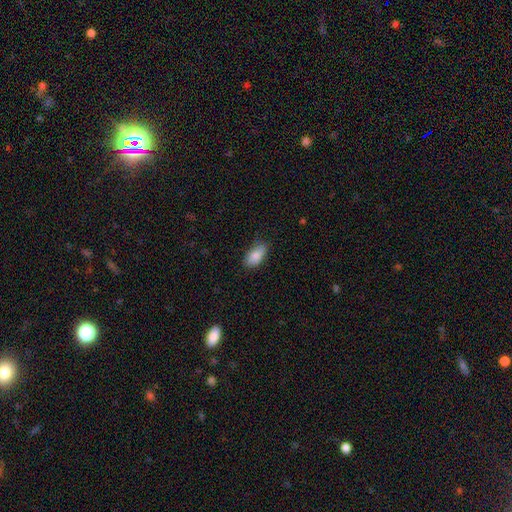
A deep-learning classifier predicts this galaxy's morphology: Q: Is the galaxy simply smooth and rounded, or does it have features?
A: smooth — 85%.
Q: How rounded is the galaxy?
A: in between — 91%.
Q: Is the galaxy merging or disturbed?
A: none — 77%.